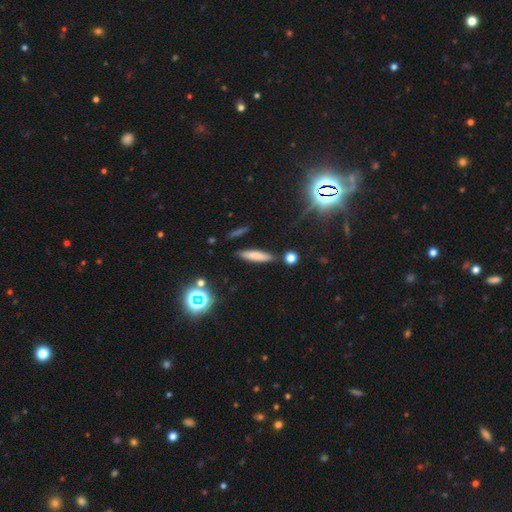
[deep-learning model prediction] Smooth or featured?
  - smooth: 75% *
  - featured or disk: 14%
  - star or artifact: 11%
How rounded?
  - cigar-shaped: 78% *
  - in between: 20%
  - round: 2%
Merging?
  - none: 83% *
  - minor disturbance: 10%
  - merger: 4%
  - major disturbance: 3%